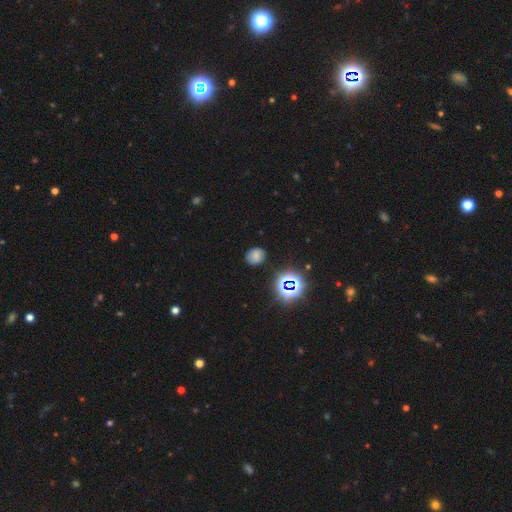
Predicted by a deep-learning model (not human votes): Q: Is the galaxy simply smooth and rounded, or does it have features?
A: smooth — 67%.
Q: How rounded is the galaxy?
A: round — 62%.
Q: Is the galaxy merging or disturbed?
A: none — 82%.